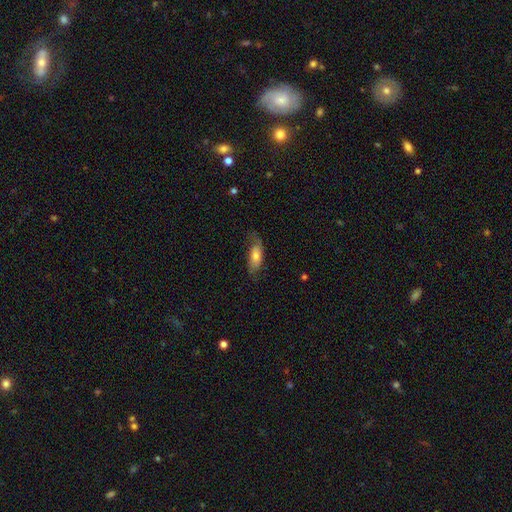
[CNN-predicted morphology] smooth-or-featured: smooth: 61% | featured or disk: 32% | star or artifact: 7%
  how-rounded: in between: 71% | cigar-shaped: 26% | round: 3%
  merging: none: 58% | minor disturbance: 27% | major disturbance: 13% | merger: 2%